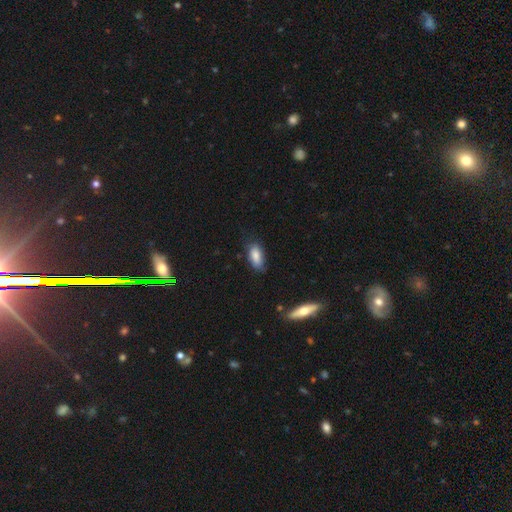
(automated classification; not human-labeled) A smooth galaxy with no disk features (83%) that is in between round and cigar-shaped (87%).

Vote fractions:
- Smooth or featured? smooth: 83% / featured or disk: 10% / star or artifact: 7%
- How rounded? in between: 87% / cigar-shaped: 10% / round: 3%
- Merging? none: 69% / minor disturbance: 25% / major disturbance: 5% / merger: 2%